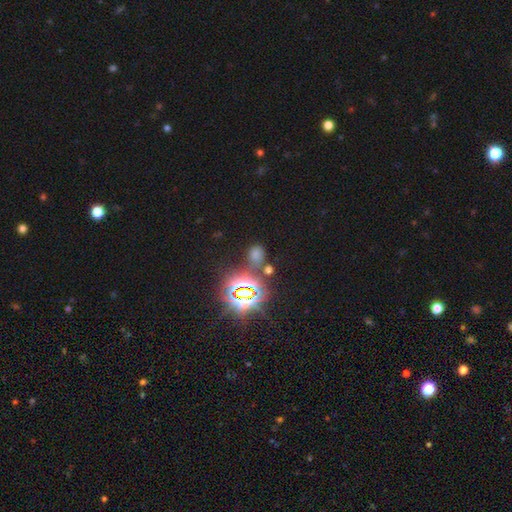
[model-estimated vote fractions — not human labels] Q: Smooth or featured?
A: star or artifact (47%); runner-up: smooth (44%)